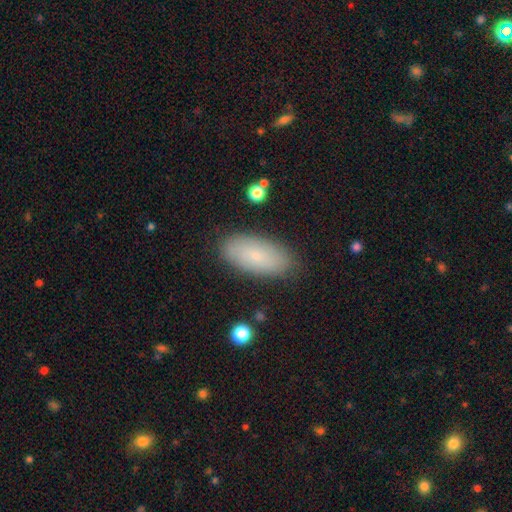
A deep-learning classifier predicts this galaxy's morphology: A smooth galaxy with no disk features (75%) that is in between round and cigar-shaped (89%).

Vote fractions:
- Smooth or featured? smooth: 75% / featured or disk: 17% / star or artifact: 8%
- How rounded? in between: 89% / cigar-shaped: 8% / round: 2%
- Merging? none: 85% / minor disturbance: 11% / major disturbance: 3% / merger: 1%